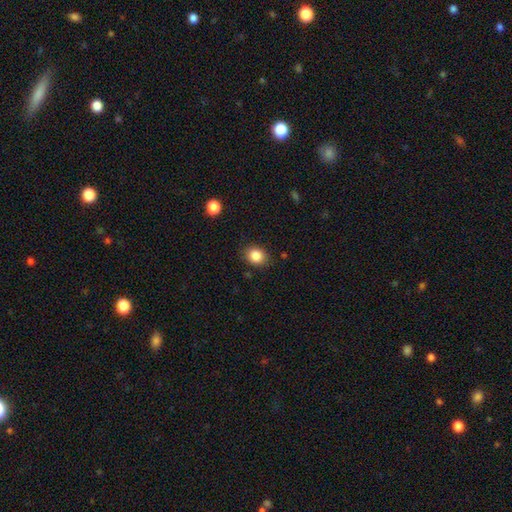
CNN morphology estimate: smooth-or-featured: smooth: 85% | star or artifact: 10% | featured or disk: 5%
  how-rounded: round: 58% | in between: 41% | cigar-shaped: 1%
  merging: none: 85% | minor disturbance: 11% | major disturbance: 3% | merger: 1%